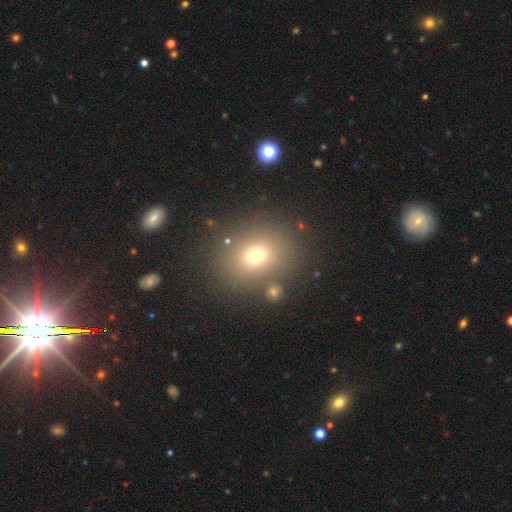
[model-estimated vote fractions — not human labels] Smooth or featured? Predicted: smooth (p=0.68). How rounded? Predicted: round (p=0.61). Merging? Predicted: none (p=0.78).